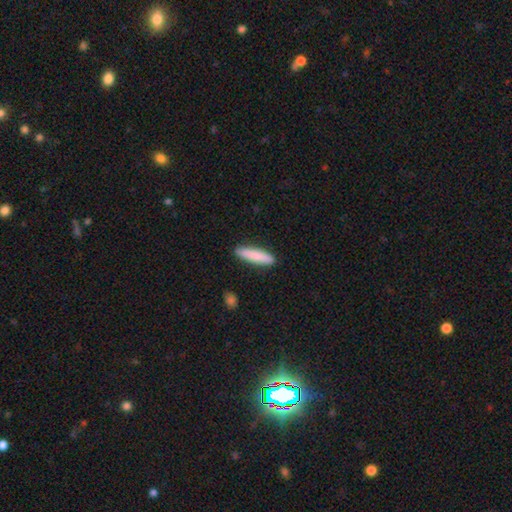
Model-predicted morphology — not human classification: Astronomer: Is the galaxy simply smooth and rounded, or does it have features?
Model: smooth — 82%.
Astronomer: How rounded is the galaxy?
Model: cigar-shaped — 83%.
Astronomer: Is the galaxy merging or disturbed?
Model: none — 90%.